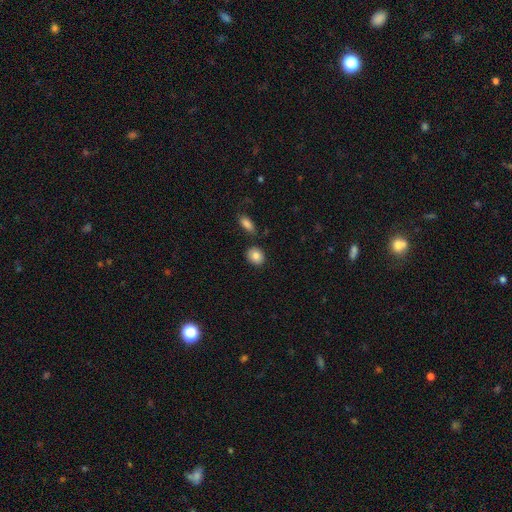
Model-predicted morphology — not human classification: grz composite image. It shows a smooth galaxy with no disk features (85%) that is round (62%). Merging: none (82%).